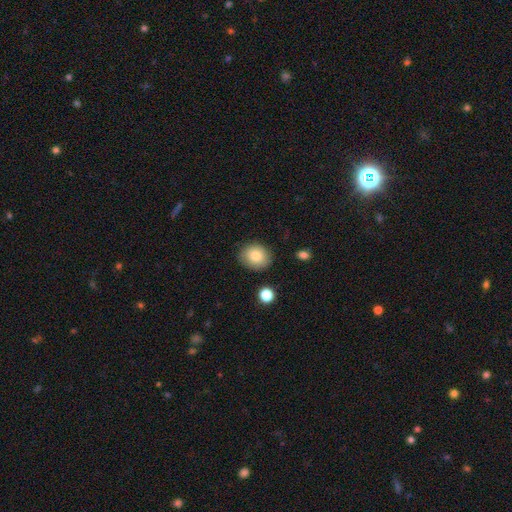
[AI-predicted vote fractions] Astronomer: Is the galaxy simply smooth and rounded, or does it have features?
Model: smooth — 81%.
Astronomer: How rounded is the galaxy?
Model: round — 68%.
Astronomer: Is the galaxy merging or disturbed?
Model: none — 82%.